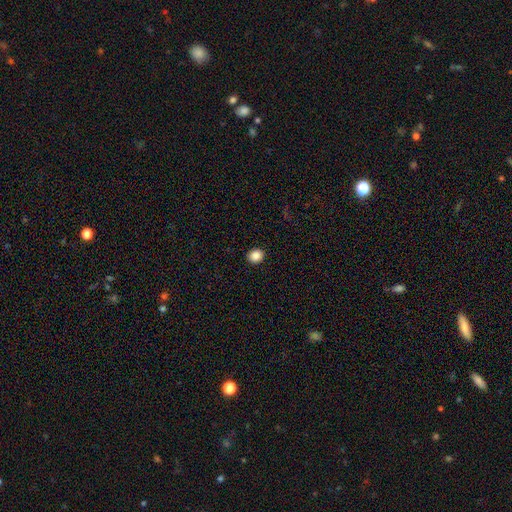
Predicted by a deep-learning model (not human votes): A smooth galaxy with no disk features (87%) that is round (72%).

Vote fractions:
- Smooth or featured? smooth: 87% / star or artifact: 9% / featured or disk: 3%
- How rounded? round: 72% / in between: 28% / cigar-shaped: 1%
- Merging? none: 92% / minor disturbance: 5% / major disturbance: 2% / merger: 1%